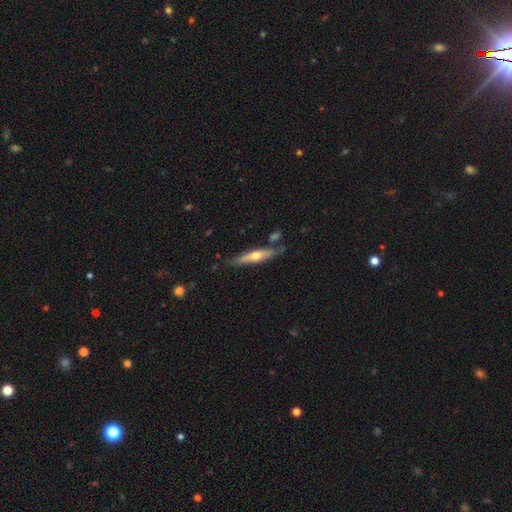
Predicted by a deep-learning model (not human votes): smooth_or_featured: featured or disk (p=0.55) [alt: smooth p=0.40]
disk_edge_on: yes (p=0.89) [alt: no p=0.11]
merging: none (p=0.72) [alt: minor disturbance p=0.17]